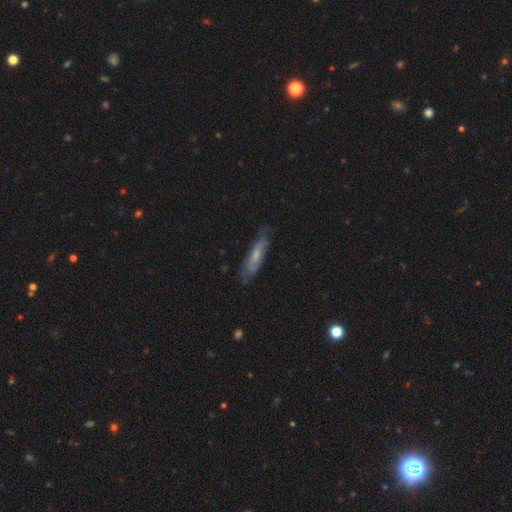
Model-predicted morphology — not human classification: featured or disk 47%, smooth 46%, star or artifact 7%. Down the decision tree: merging — none (67%).